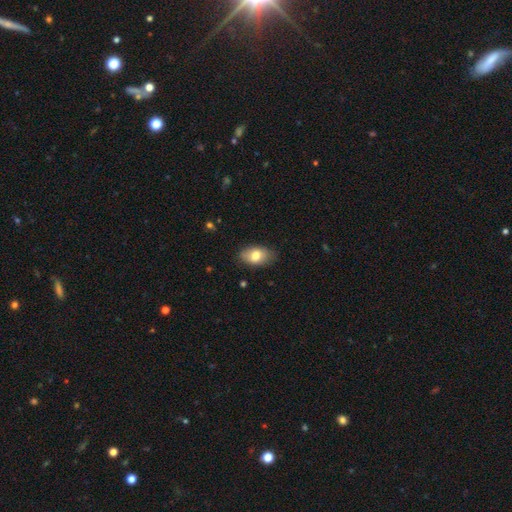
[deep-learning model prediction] Smooth or featured: smooth — 76% (featured or disk — 17%)
How rounded: in between — 90% (round — 9%)
Merging: none — 81% (minor disturbance — 16%)